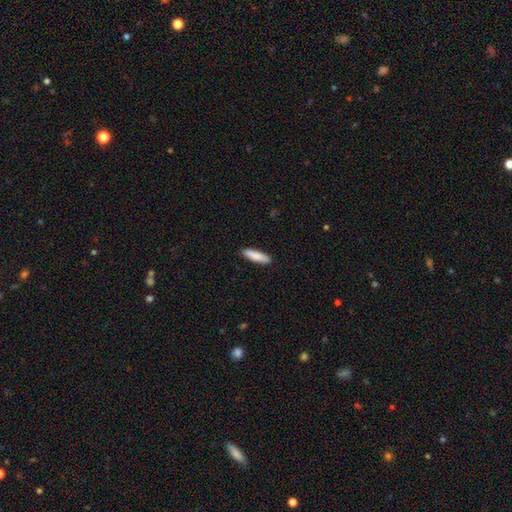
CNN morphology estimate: Smooth or featured? Predicted: smooth (p=0.87). How rounded? Predicted: cigar-shaped (p=0.73). Merging? Predicted: none (p=0.90).